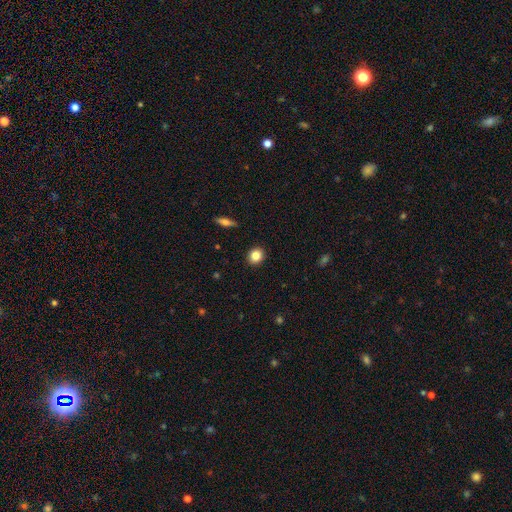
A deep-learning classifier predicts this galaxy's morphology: Q: Smooth or featured?
A: smooth (85%); runner-up: star or artifact (9%)
Q: How rounded?
A: round (76%); runner-up: in between (23%)
Q: Merging?
A: none (91%); runner-up: minor disturbance (6%)